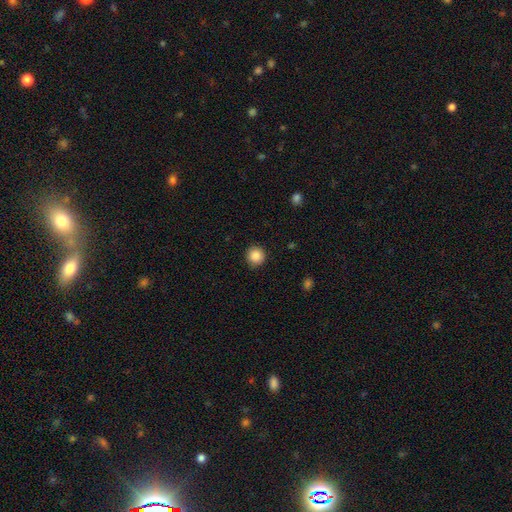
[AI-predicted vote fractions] A smooth galaxy with no disk features (88%) that is round (95%).

Vote fractions:
- Smooth or featured? smooth: 88% / star or artifact: 10% / featured or disk: 3%
- How rounded? round: 95% / in between: 4% / cigar-shaped: 1%
- Merging? none: 90% / minor disturbance: 7% / major disturbance: 2% / merger: 1%